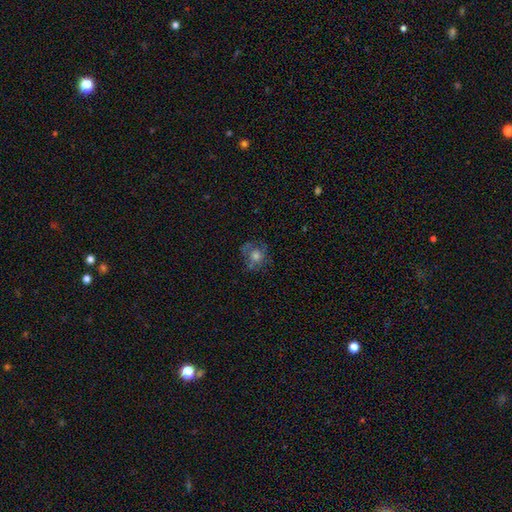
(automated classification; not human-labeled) smooth-or-featured: featured or disk: 42% | smooth: 41% | star or artifact: 18%
  merging: none: 66% | minor disturbance: 18% | major disturbance: 14% | merger: 2%